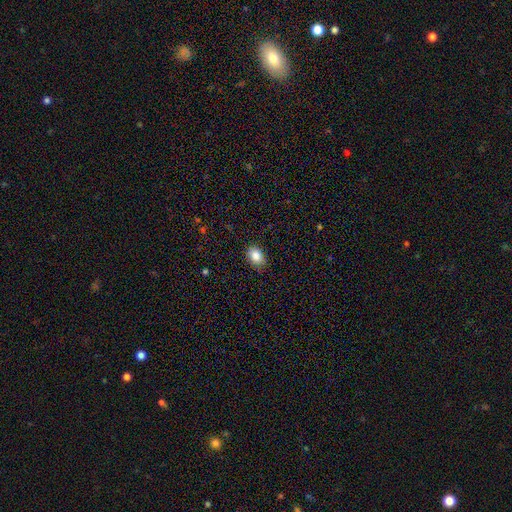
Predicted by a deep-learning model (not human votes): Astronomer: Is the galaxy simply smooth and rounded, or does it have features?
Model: smooth — 85%.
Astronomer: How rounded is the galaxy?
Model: in between — 75%.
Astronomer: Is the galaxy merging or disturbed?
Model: none — 82%.